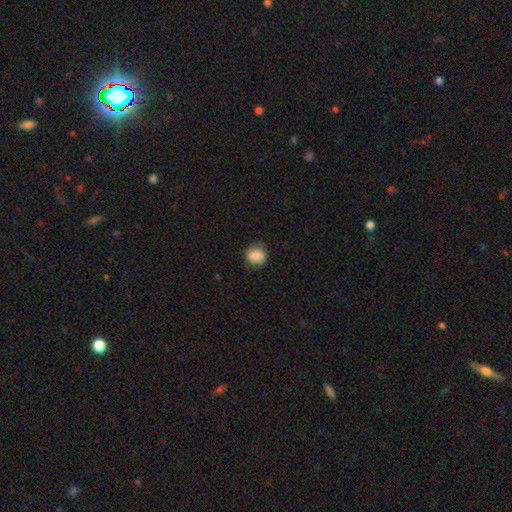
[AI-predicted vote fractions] Morphology: type=smooth (86%); roundness=round (81%); merging=none (82%).